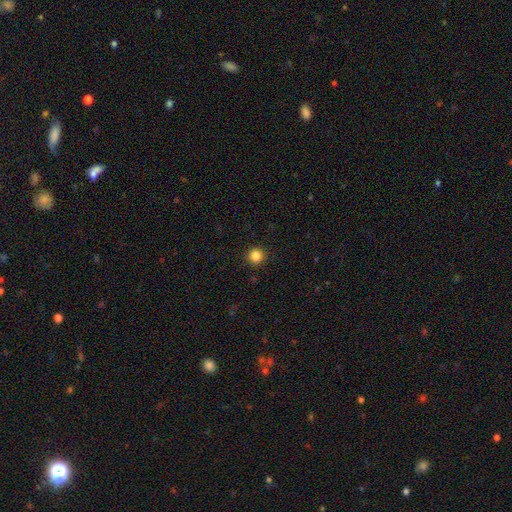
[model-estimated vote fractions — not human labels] This appears to be a smooth galaxy with no disk features (84%) that is round (94%). Merging: none (92%).